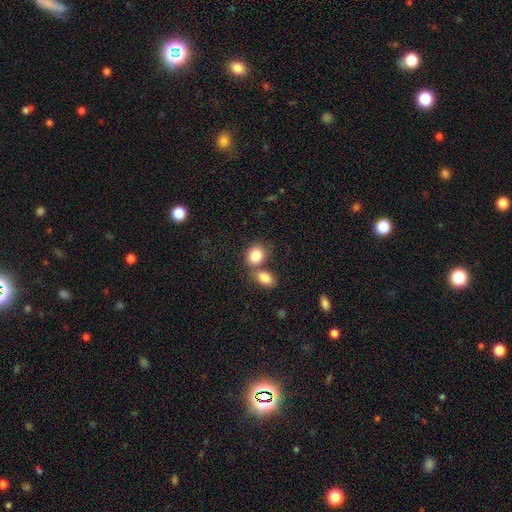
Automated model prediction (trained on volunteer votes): Overall: smooth (84%). How rounded: in between (51%; round 48%). Merging: none (46%; merger 41%).